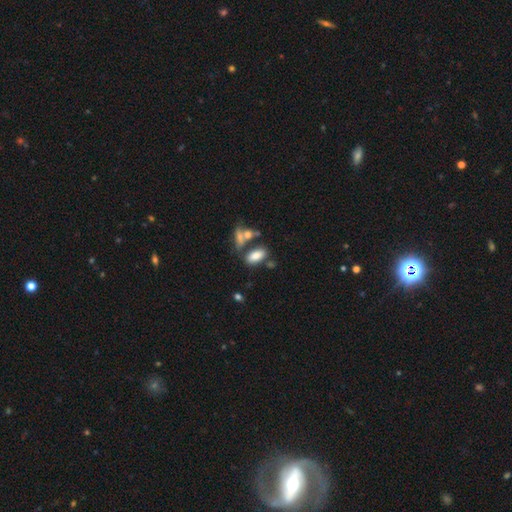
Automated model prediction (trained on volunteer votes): The model was most divided on "merging": none: 59%, merger: 24%, minor disturbance: 12%, major disturbance: 5%. More confident: how rounded — in between (88%); smooth or featured — smooth (81%).